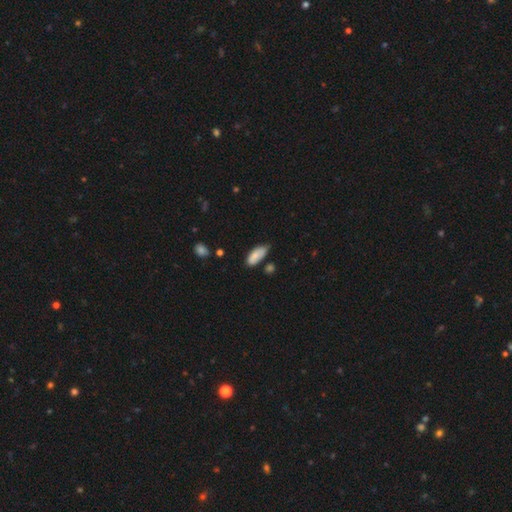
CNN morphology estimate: A smooth galaxy with no disk features (81%) that is in between round and cigar-shaped (84%).

Vote fractions:
- Smooth or featured? smooth: 81% / featured or disk: 12% / star or artifact: 7%
- How rounded? in between: 84% / cigar-shaped: 14% / round: 2%
- Merging? none: 55% / minor disturbance: 33% / merger: 6% / major disturbance: 6%